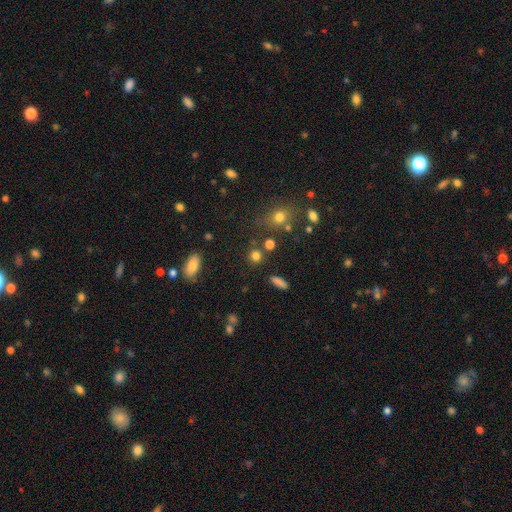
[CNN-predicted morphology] smooth_or_featured: smooth (p=0.77) [alt: star or artifact p=0.16]
how_rounded: round (p=0.83) [alt: in between p=0.15]
merging: none (p=0.75) [alt: minor disturbance p=0.10]